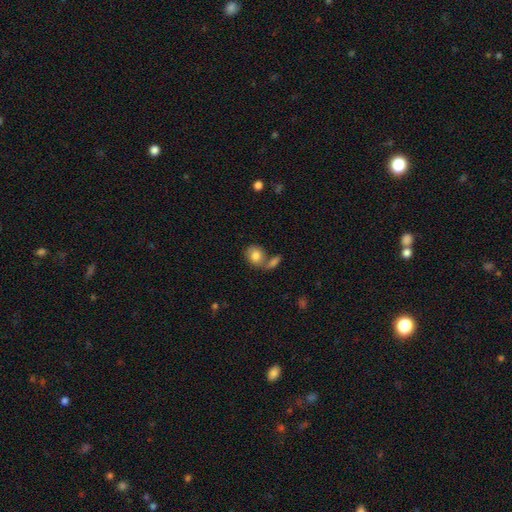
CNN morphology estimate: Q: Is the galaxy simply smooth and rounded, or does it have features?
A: smooth — 78%.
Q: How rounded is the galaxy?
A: in between — 50%.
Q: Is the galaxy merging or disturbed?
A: none — 41%.